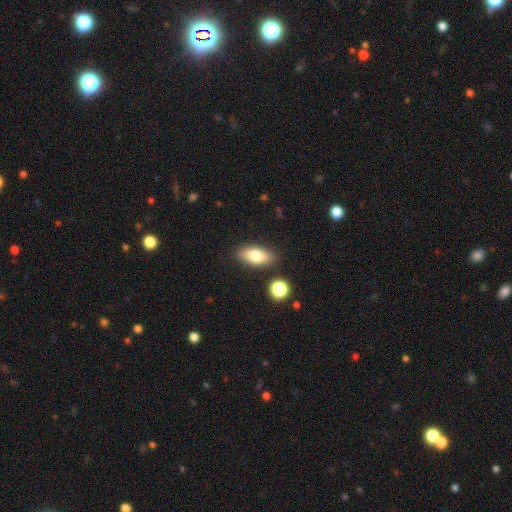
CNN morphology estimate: Smooth or featured: smooth — 78% (featured or disk — 14%)
How rounded: in between — 86% (cigar-shaped — 9%)
Merging: none — 85% (minor disturbance — 9%)